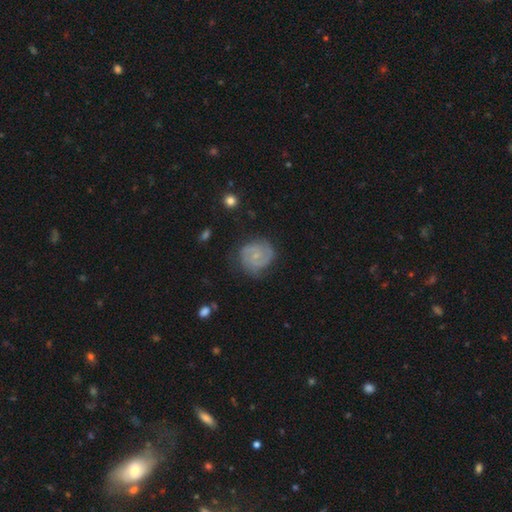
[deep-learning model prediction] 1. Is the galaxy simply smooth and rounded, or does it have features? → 75% featured or disk, 19% smooth, 6% star or artifact.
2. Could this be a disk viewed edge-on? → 98% no, 2% yes.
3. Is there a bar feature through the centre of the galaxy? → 67% no, 28% weak, 4% strong.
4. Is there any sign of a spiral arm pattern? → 93% yes, 7% no.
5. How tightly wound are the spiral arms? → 52% tight, 38% medium, 10% loose.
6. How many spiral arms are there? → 58% 2, 17% can't tell, 14% 3, 4% 1, 3% 4, 3% more than 4.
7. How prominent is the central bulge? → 73% small, 18% moderate, 7% none, 1% large, 1% dominant.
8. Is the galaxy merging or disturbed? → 70% none, 21% minor disturbance, 8% major disturbance, 2% merger.